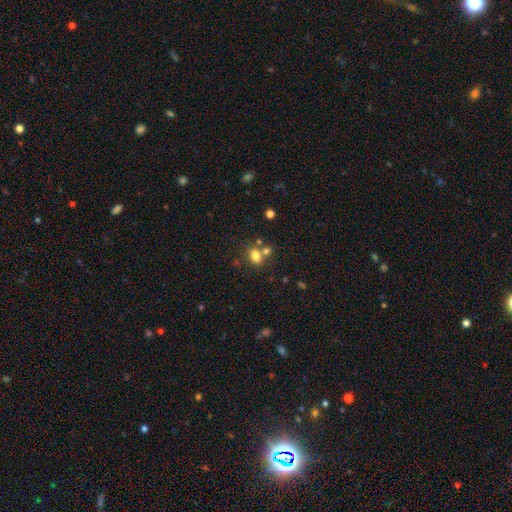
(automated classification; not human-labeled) The model was most divided on "merging": none: 55%, merger: 29%, minor disturbance: 12%, major disturbance: 4%. More confident: smooth or featured — smooth (78%); how rounded — in between (65%).